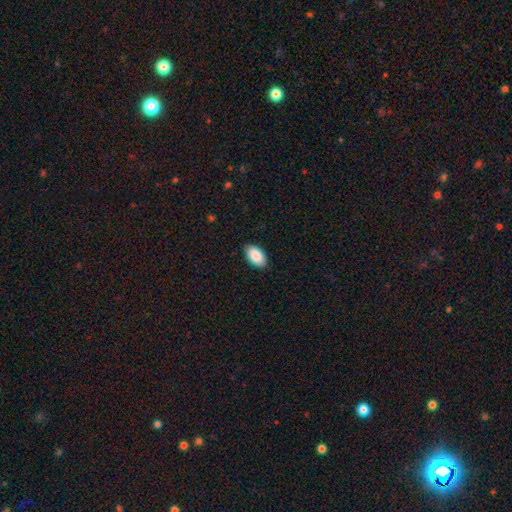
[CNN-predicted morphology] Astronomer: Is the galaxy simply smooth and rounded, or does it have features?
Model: smooth — 89%.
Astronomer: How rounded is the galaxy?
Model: in between — 95%.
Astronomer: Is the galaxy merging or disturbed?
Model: none — 88%.